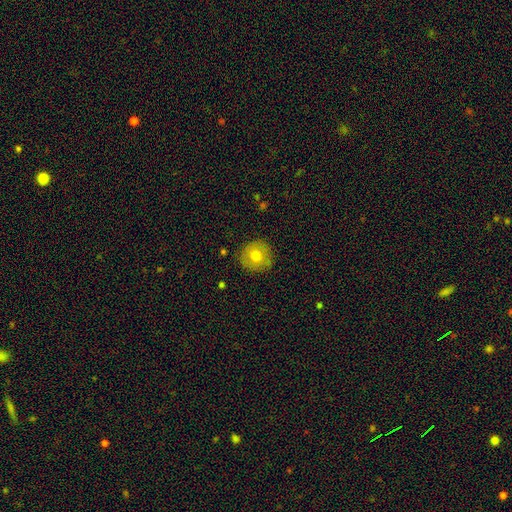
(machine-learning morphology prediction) A smooth galaxy with no disk features (71%) that is round (92%).

Vote fractions:
- Smooth or featured? smooth: 71% / featured or disk: 20% / star or artifact: 8%
- How rounded? round: 92% / in between: 7% / cigar-shaped: 1%
- Merging? none: 86% / minor disturbance: 10% / major disturbance: 3% / merger: 1%